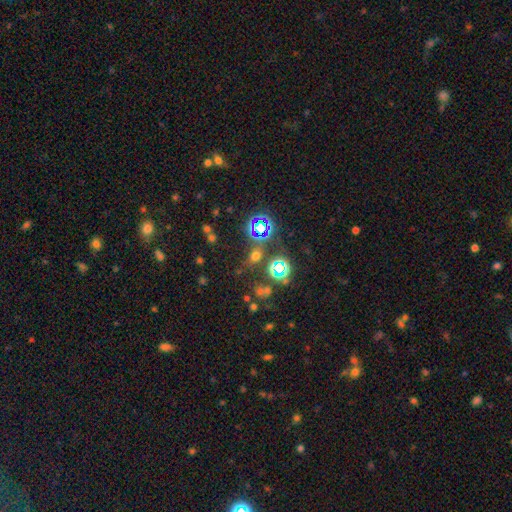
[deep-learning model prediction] This is possibly a star or artifact rather than a galaxy (48%).